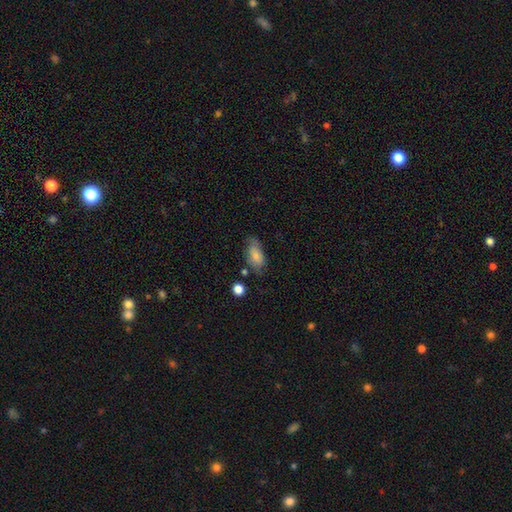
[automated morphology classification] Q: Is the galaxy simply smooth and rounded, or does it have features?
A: smooth — 77%.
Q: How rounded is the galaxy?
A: in between — 89%.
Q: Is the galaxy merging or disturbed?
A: none — 59%.